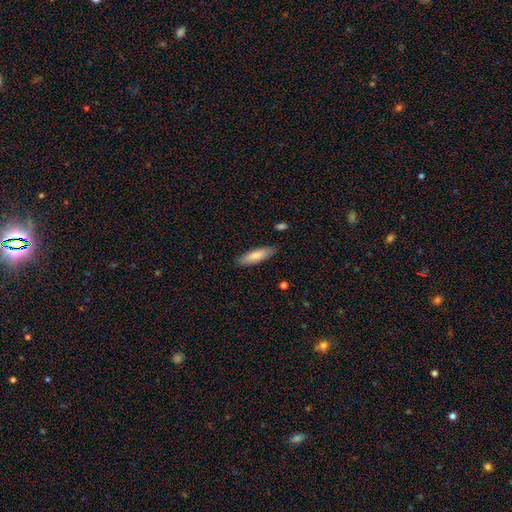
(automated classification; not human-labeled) A smooth galaxy with no disk features (80%) that is cigar-shaped (60%). Merging: none (85%).